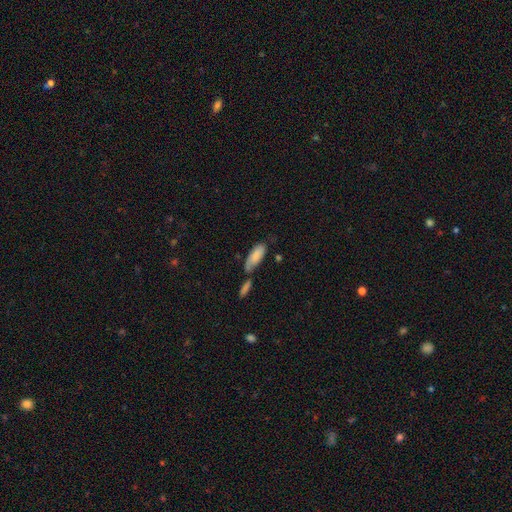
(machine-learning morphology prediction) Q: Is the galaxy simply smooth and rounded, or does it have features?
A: smooth — 80%.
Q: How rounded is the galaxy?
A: in between — 79%.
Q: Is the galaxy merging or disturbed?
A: none — 40%.